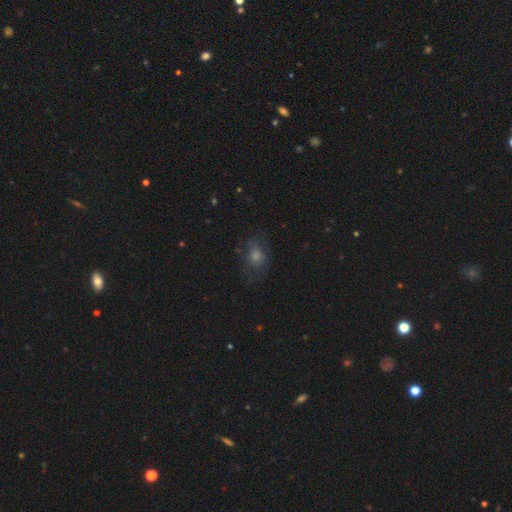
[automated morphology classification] Smooth or featured? Predicted: smooth (p=0.52). How rounded? Predicted: in between (p=0.52). Merging? Predicted: none (p=0.68).